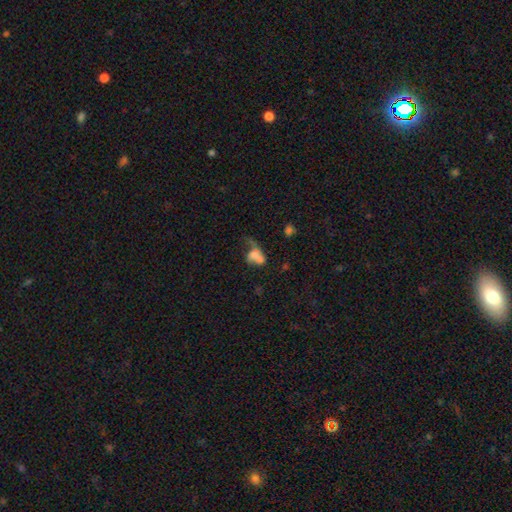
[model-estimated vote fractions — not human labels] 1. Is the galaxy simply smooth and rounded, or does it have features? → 57% smooth, 29% featured or disk, 14% star or artifact.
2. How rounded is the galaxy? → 71% in between, 26% round, 3% cigar-shaped.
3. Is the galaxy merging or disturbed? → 44% merger, 27% major disturbance, 16% none, 13% minor disturbance.